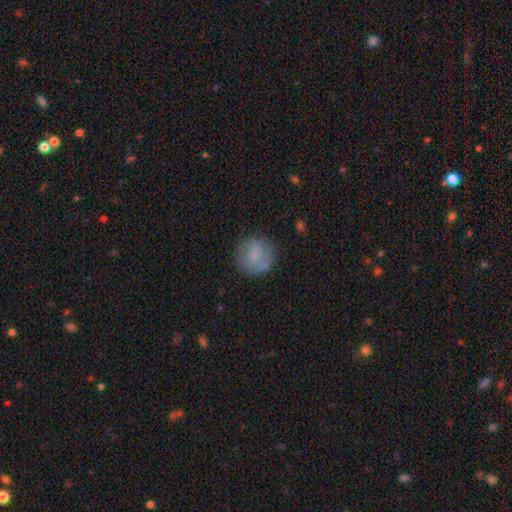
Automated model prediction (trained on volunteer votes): This is likely a smooth galaxy (74%). How rounded: clearly round (89%). Merging: likely none (77%).